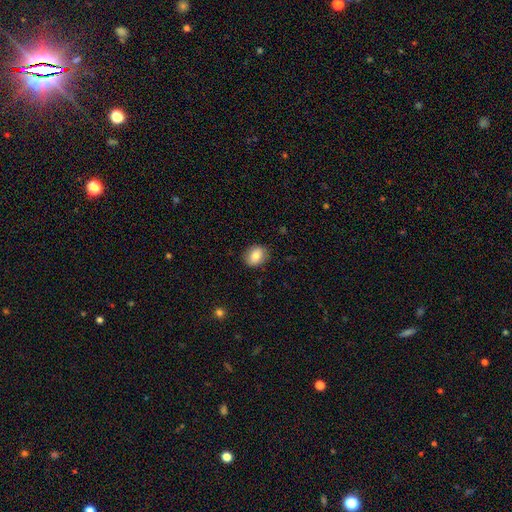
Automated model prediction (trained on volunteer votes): Overall: smooth (83%). How rounded: in between (53%; round 46%). Merging: none (86%).